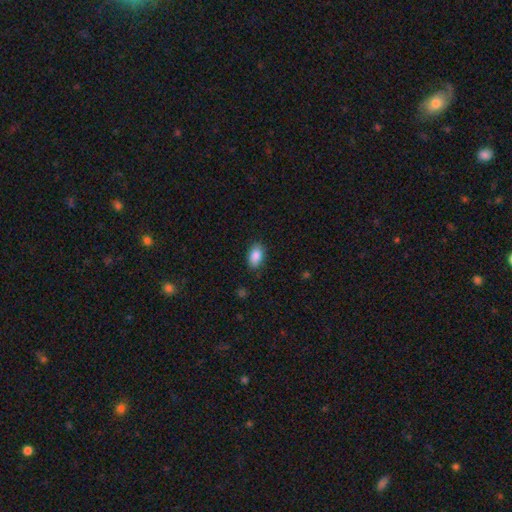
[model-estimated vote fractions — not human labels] smooth_or_featured: smooth (p=0.88) [alt: star or artifact p=0.07]
how_rounded: in between (p=0.91) [alt: round p=0.07]
merging: none (p=0.84) [alt: minor disturbance p=0.12]